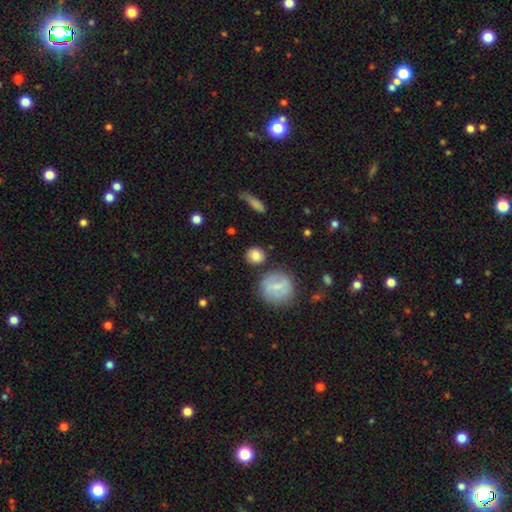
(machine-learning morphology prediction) smooth-or-featured: smooth: 80% | featured or disk: 12% | star or artifact: 9%
  how-rounded: round: 83% | in between: 15% | cigar-shaped: 2%
  merging: none: 79% | minor disturbance: 11% | merger: 6% | major disturbance: 4%